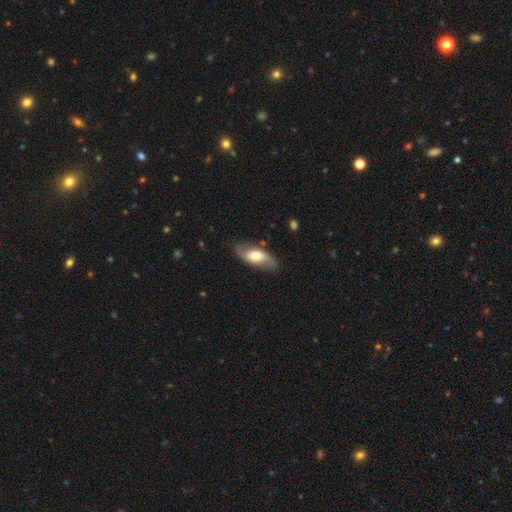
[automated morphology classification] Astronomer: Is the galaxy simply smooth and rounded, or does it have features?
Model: featured or disk — 54% (runner-up: smooth, 40%).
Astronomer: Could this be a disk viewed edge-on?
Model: no — 85%.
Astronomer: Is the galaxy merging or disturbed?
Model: none — 77%.